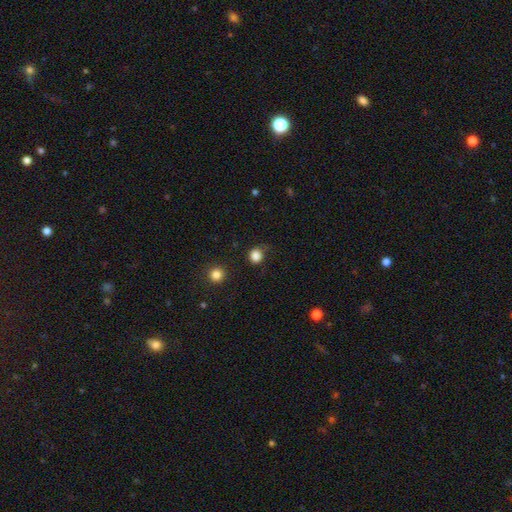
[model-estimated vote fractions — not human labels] smooth-or-featured: smooth: 84% | star or artifact: 12% | featured or disk: 4%
  how-rounded: round: 85% | in between: 14% | cigar-shaped: 1%
  merging: none: 68% | minor disturbance: 21% | major disturbance: 9% | merger: 2%